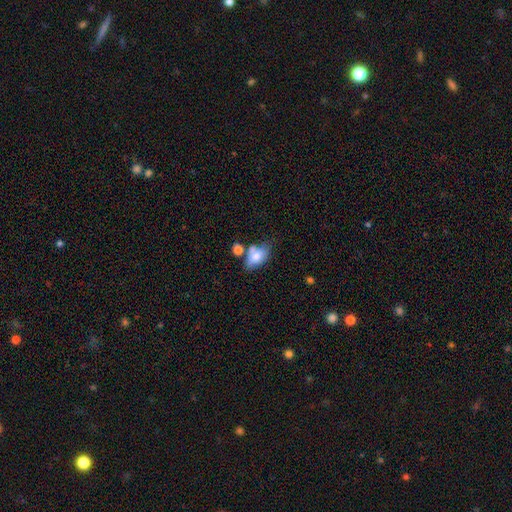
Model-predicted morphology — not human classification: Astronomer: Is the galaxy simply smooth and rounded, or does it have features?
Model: smooth — 72%.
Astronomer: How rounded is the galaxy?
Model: in between — 85%.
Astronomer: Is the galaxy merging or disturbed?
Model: none — 45% (runner-up: merger, 25%).